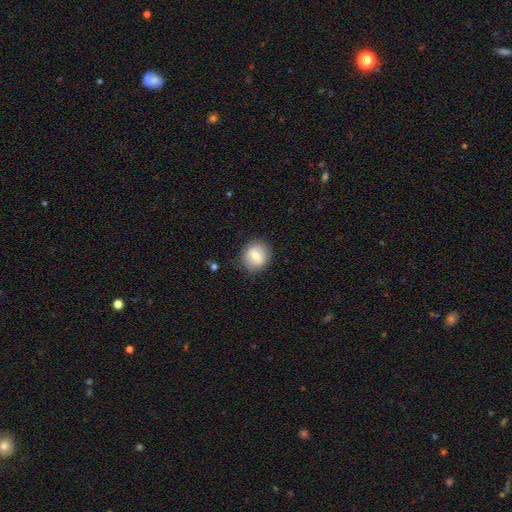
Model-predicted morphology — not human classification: smooth_or_featured: smooth (p=0.63) [alt: featured or disk p=0.29]
how_rounded: round (p=0.82) [alt: in between p=0.17]
merging: none (p=0.82) [alt: minor disturbance p=0.13]